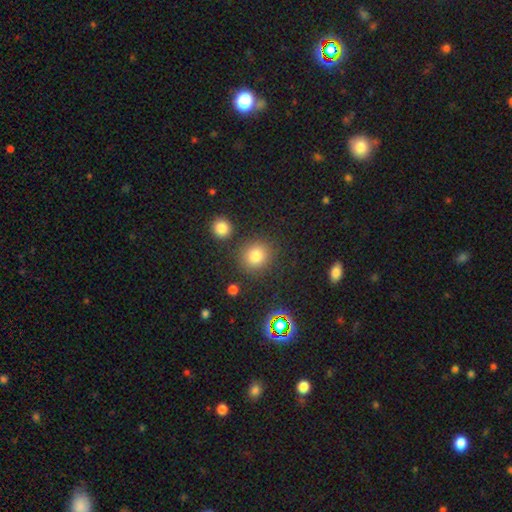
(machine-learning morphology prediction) Q: Smooth or featured?
A: smooth (79%); runner-up: star or artifact (15%)
Q: How rounded?
A: round (87%); runner-up: in between (12%)
Q: Merging?
A: none (83%); runner-up: minor disturbance (8%)